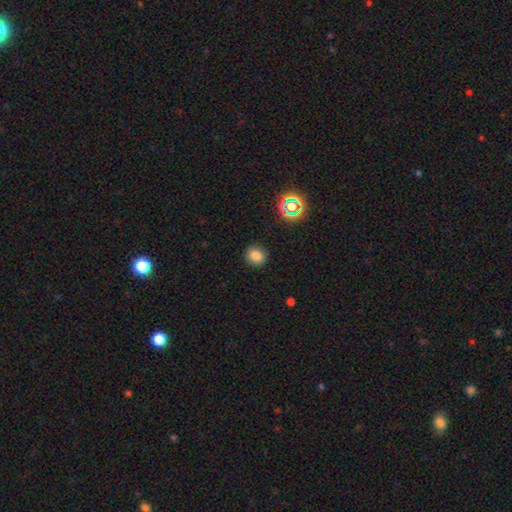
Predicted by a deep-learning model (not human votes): smooth 80%, star or artifact 15%, featured or disk 5%. Down the decision tree: how rounded — round (77%); merging — none (90%).